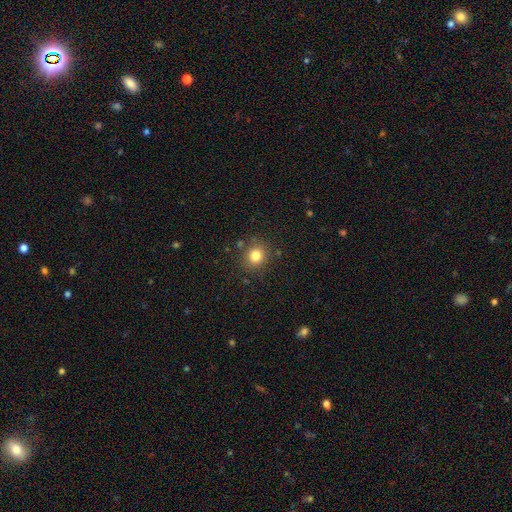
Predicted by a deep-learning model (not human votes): This is clearly a smooth galaxy (81%). How rounded: clearly round (83%). Merging: clearly none (83%).